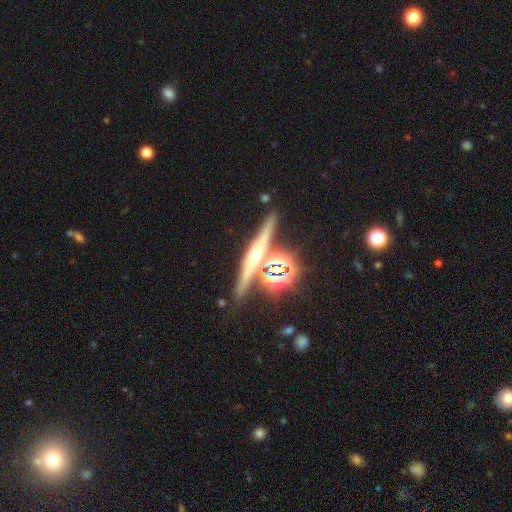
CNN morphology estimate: Q: Smooth or featured?
A: featured or disk (56%); runner-up: star or artifact (28%)
Q: Edge-on disk?
A: yes (93%); runner-up: no (7%)
Q: Edge-on bulge?
A: rounded (85%); runner-up: none (8%)
Q: Merging?
A: none (78%); runner-up: merger (10%)